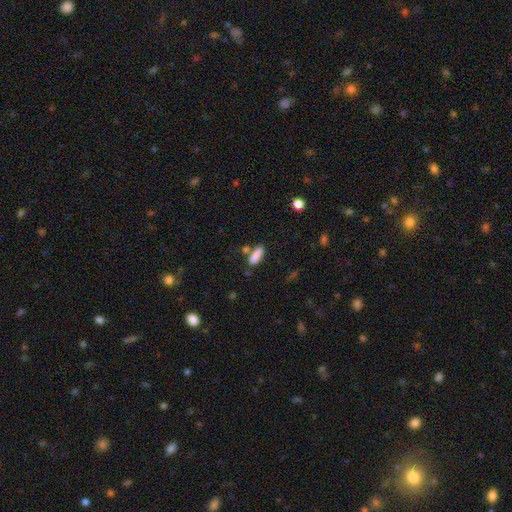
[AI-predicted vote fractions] The model was most divided on "how rounded": in between: 61%, cigar-shaped: 37%, round: 2%. More confident: smooth or featured — smooth (86%); merging — none (65%).